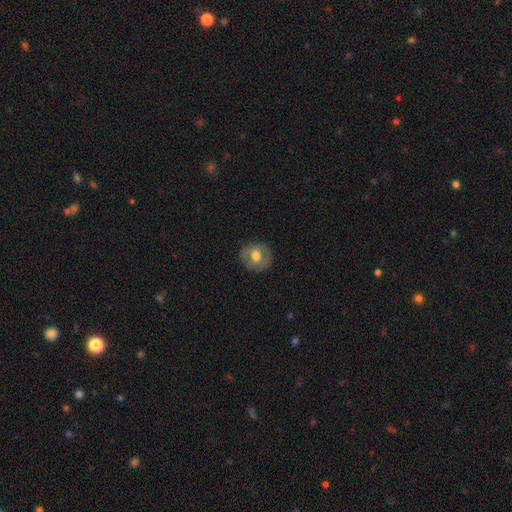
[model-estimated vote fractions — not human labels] The model was most divided on "smooth or featured": smooth: 57%, featured or disk: 36%, star or artifact: 7%. More confident: merging — none (83%); how rounded — round (79%).